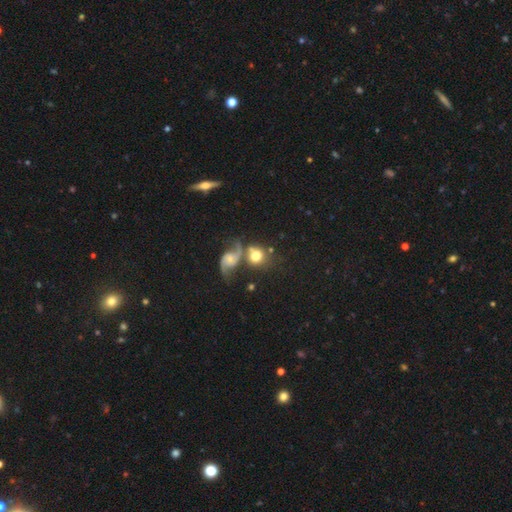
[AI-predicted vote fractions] This is possibly a smooth galaxy (59%). How rounded: likely round (78%). Merging: marginally none (44%).